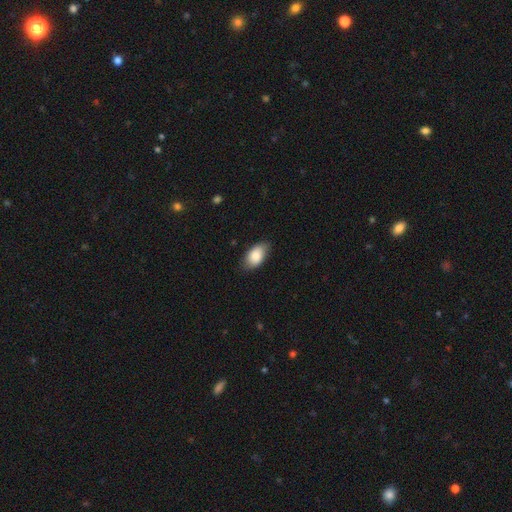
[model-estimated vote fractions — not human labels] A smooth galaxy with no disk features (84%) that is in between round and cigar-shaped (93%).

Vote fractions:
- Smooth or featured? smooth: 84% / featured or disk: 10% / star or artifact: 6%
- How rounded? in between: 93% / round: 5% / cigar-shaped: 2%
- Merging? none: 78% / minor disturbance: 18% / major disturbance: 3% / merger: 1%